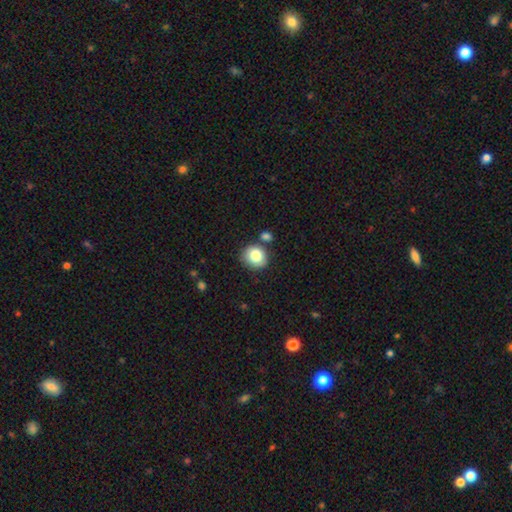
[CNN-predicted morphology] This appears to be a smooth galaxy with no disk features (83%) that is round (82%). Merging: none (73%).